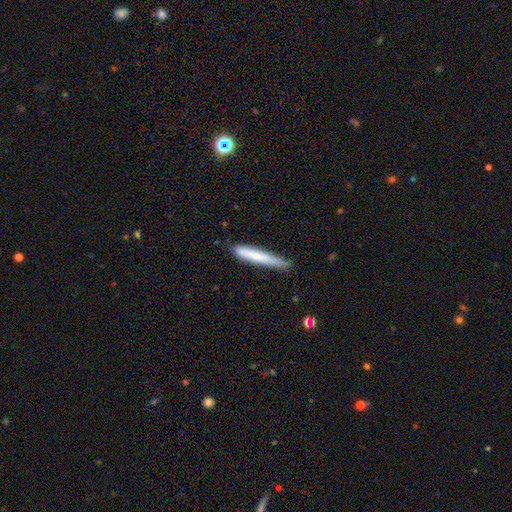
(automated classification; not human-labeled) Smooth or featured: smooth — 68% (featured or disk — 26%)
How rounded: cigar-shaped — 95% (in between — 4%)
Merging: none — 74% (minor disturbance — 21%)